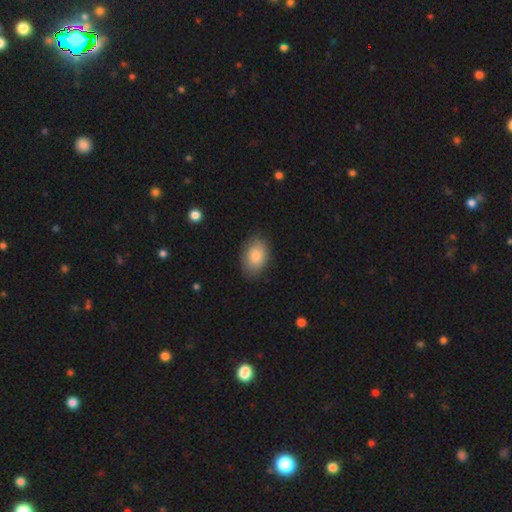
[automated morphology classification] Smooth or featured: smooth — 84% (featured or disk — 9%)
How rounded: in between — 86% (round — 13%)
Merging: none — 83% (minor disturbance — 13%)